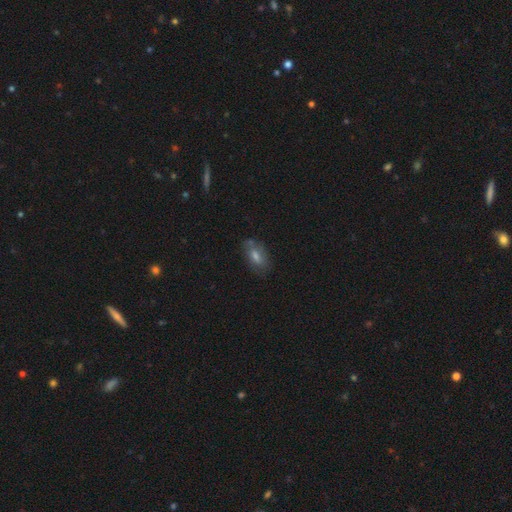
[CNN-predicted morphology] This appears to be a smooth galaxy with no disk features (54%) that is in between round and cigar-shaped (85%). Merging: none (69%).